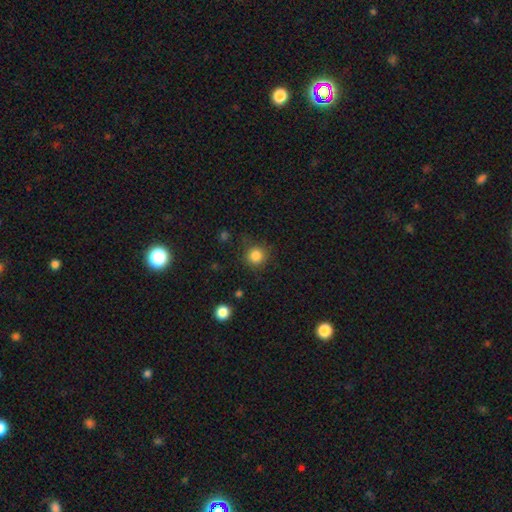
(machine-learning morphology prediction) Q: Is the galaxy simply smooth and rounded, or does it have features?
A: smooth — 84%.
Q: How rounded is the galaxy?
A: round — 93%.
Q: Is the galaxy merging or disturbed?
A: none — 84%.